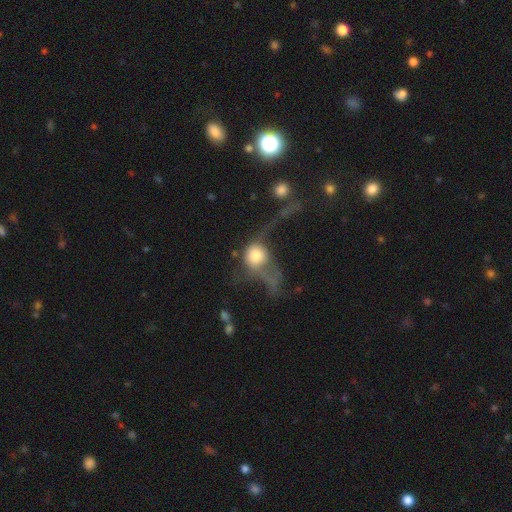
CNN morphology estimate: Overall: smooth (57%; featured or disk 33%). How rounded: round (73%). Merging: major disturbance (56%; none 18%).